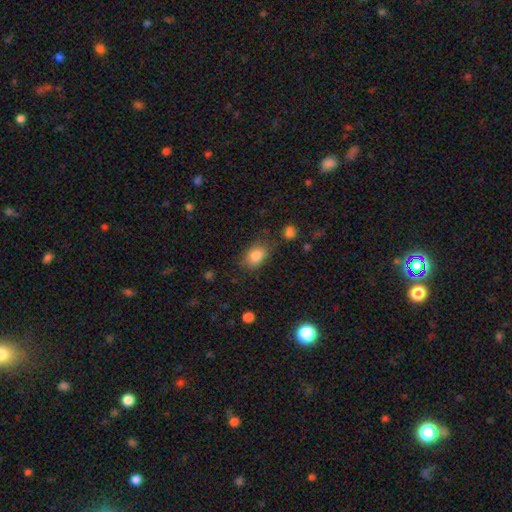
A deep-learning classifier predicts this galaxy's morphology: Smooth or featured?
  - smooth: 84% *
  - star or artifact: 9%
  - featured or disk: 7%
How rounded?
  - in between: 82% *
  - round: 17%
  - cigar-shaped: 1%
Merging?
  - none: 72% *
  - minor disturbance: 19%
  - major disturbance: 5%
  - merger: 3%